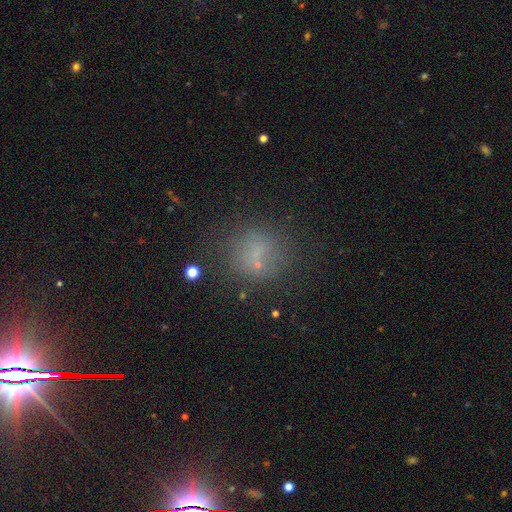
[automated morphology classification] Overall: smooth (57%; star or artifact 25%). How rounded: round (82%). Merging: none (72%).